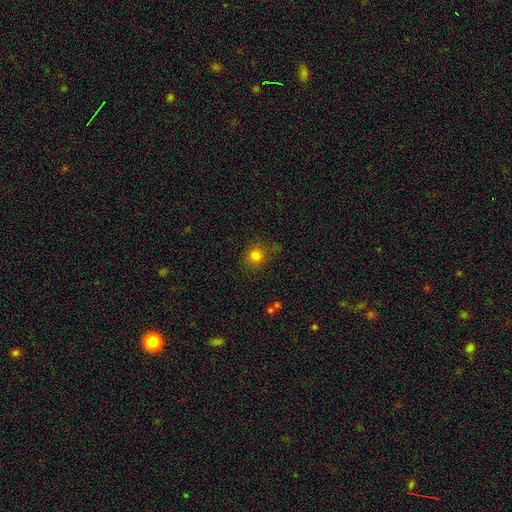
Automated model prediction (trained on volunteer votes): smooth 79%, star or artifact 15%, featured or disk 6%. Down the decision tree: how rounded — round (86%); merging — none (76%).